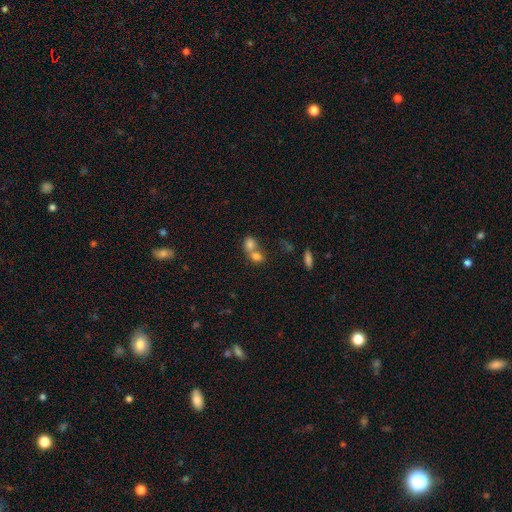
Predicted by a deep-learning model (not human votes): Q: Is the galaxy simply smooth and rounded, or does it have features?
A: smooth — 77%.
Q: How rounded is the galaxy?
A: in between — 54%.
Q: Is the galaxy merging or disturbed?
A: merger — 69%.